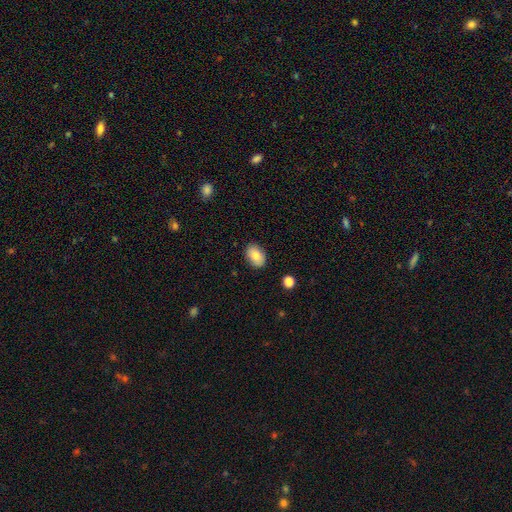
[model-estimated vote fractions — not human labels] Smooth or featured: smooth — 83% (featured or disk — 10%)
How rounded: in between — 82% (round — 17%)
Merging: none — 86% (minor disturbance — 10%)